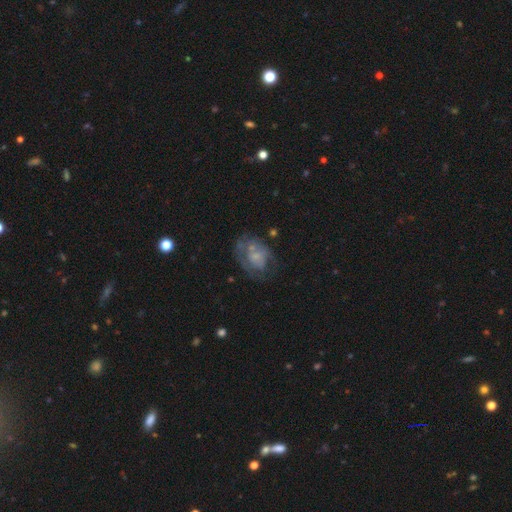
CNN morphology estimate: Q: Smooth or featured?
A: featured or disk (51%); runner-up: smooth (38%)
Q: Edge-on disk?
A: no (97%); runner-up: yes (3%)
Q: Merging?
A: none (45%); runner-up: major disturbance (25%)